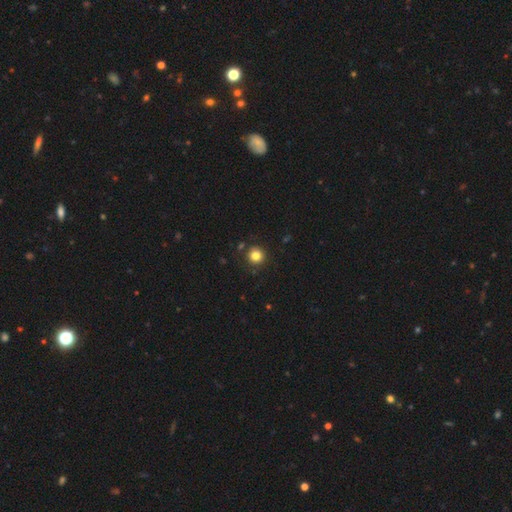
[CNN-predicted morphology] Overall: smooth (82%). How rounded: round (94%). Merging: none (89%).